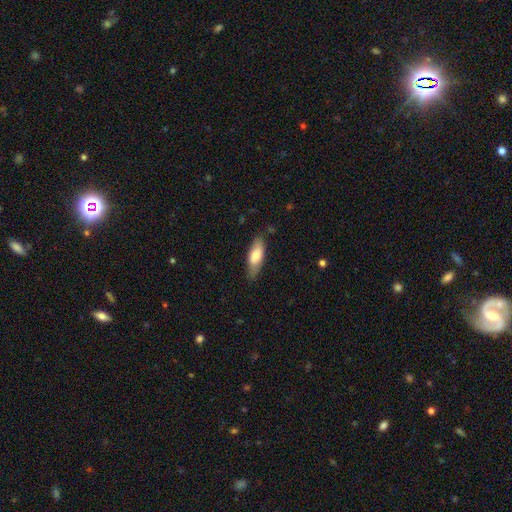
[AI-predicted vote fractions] Morphology: type=smooth (72%); roundness=in between (65%); merging=none (76%).